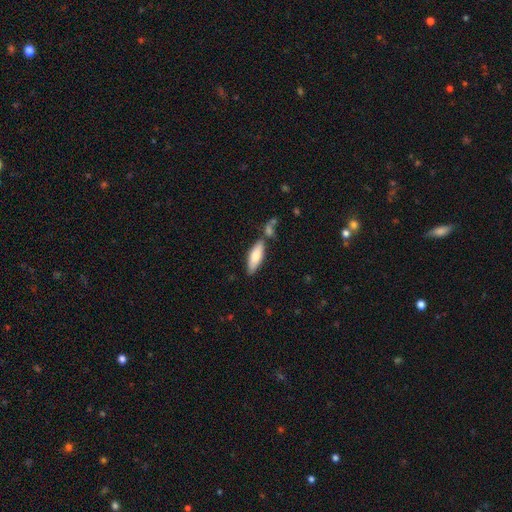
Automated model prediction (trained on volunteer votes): Morphology: type=smooth (75%); roundness=in between (56%); merging=none (70%).